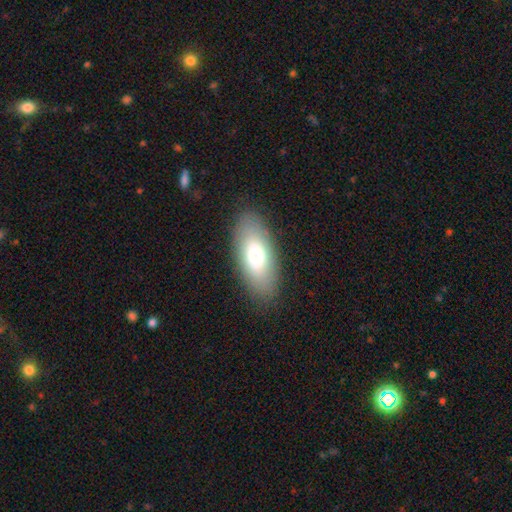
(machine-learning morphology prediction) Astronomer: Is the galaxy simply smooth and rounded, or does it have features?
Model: smooth — 74%.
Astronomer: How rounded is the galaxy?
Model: in between — 87%.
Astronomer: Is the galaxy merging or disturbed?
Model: none — 87%.